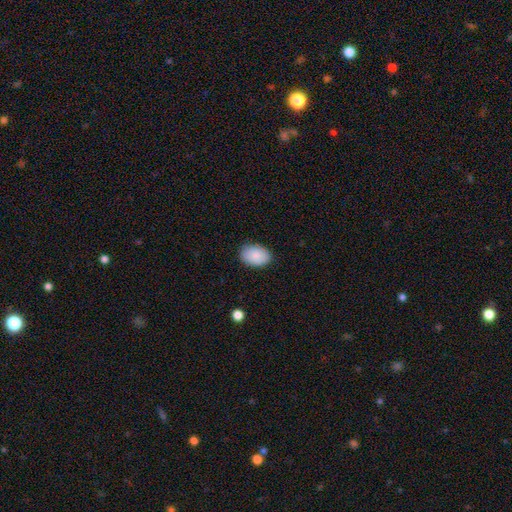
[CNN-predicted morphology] smooth 88%, star or artifact 6%, featured or disk 5%. Down the decision tree: how rounded — in between (86%); merging — none (87%).